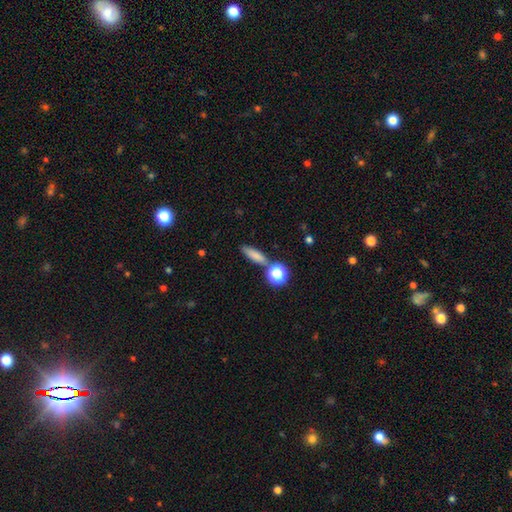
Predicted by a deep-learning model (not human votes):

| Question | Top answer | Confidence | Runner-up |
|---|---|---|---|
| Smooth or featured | smooth | 77% | star or artifact (12%) |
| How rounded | cigar-shaped | 55% | in between (33%) |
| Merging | none | 73% | merger (12%) |